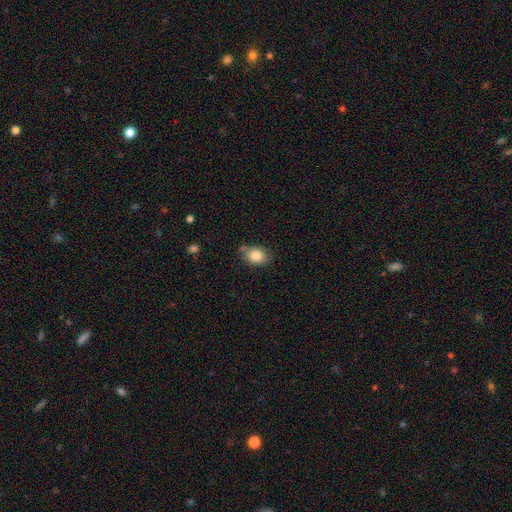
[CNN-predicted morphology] A smooth galaxy with no disk features (85%) that is in between round and cigar-shaped (63%).

Vote fractions:
- Smooth or featured? smooth: 85% / star or artifact: 8% / featured or disk: 7%
- How rounded? in between: 63% / round: 36% / cigar-shaped: 1%
- Merging? none: 68% / minor disturbance: 22% / merger: 6% / major disturbance: 4%